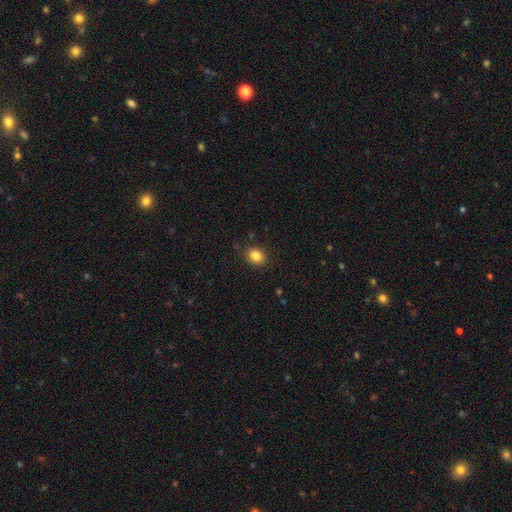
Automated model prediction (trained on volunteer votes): Overall: smooth (85%). How rounded: round (62%; in between 37%). Merging: none (88%).